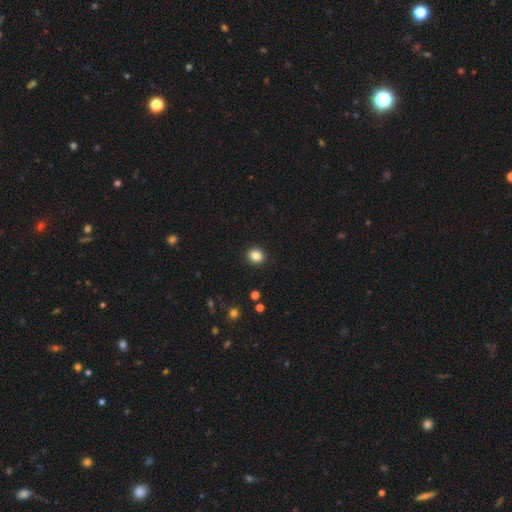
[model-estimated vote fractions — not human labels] This appears to be a smooth galaxy with no disk features (84%) that is round (76%). Merging: none (92%).